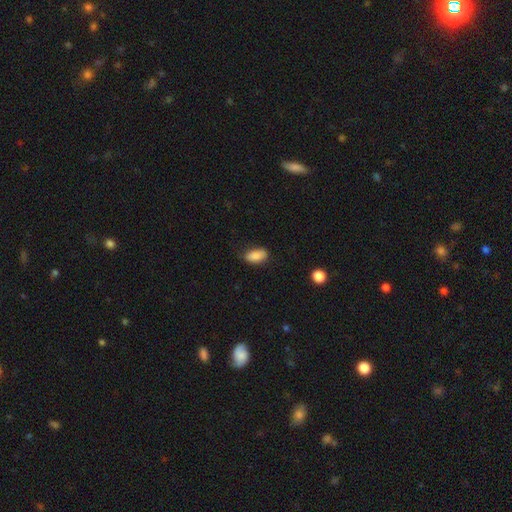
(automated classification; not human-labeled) This appears to be a smooth galaxy with no disk features (86%) that is in between round and cigar-shaped (90%). Merging: none (75%).